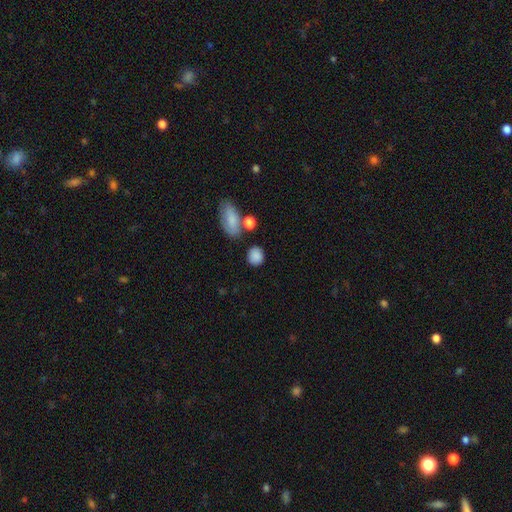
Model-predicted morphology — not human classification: This is clearly a smooth galaxy (86%). How rounded: likely round (69%). Merging: likely none (75%).